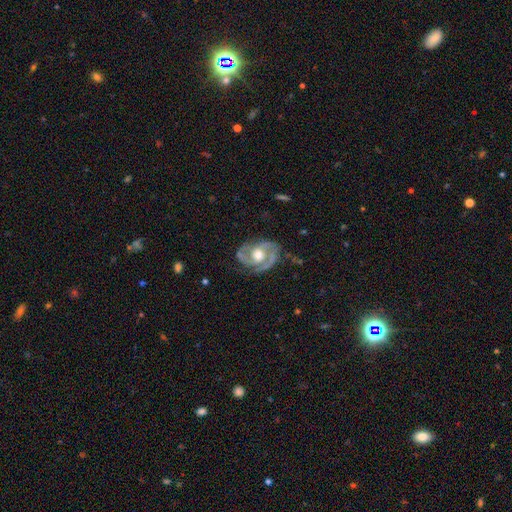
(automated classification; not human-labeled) Smooth or featured?
  - featured or disk: 89% *
  - smooth: 6%
  - star or artifact: 4%
Edge-on disk?
  - no: 97% *
  - yes: 3%
Bar?
  - no: 62% *
  - weak: 29%
  - strong: 9%
Spiral arms?
  - yes: 96% *
  - no: 4%
Spiral winding?
  - medium: 49% *
  - tight: 40%
  - loose: 11%
Spiral arm count?
  - 2: 72% *
  - 3: 15%
  - can't tell: 6%
  - 1: 3%
  - 4: 2%
  - more than 4: 2%
Bulge size?
  - moderate: 74% *
  - small: 15%
  - large: 9%
  - none: 1%
  - dominant: 1%
Merging?
  - none: 72% *
  - minor disturbance: 18%
  - major disturbance: 8%
  - merger: 1%